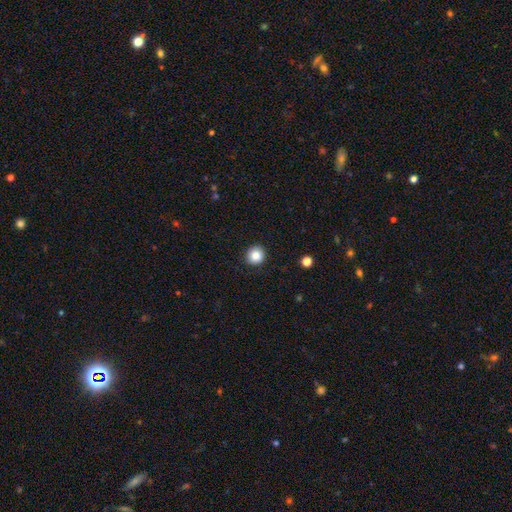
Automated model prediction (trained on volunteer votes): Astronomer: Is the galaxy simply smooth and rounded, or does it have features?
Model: smooth — 86%.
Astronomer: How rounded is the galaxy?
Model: round — 92%.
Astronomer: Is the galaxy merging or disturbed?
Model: none — 91%.